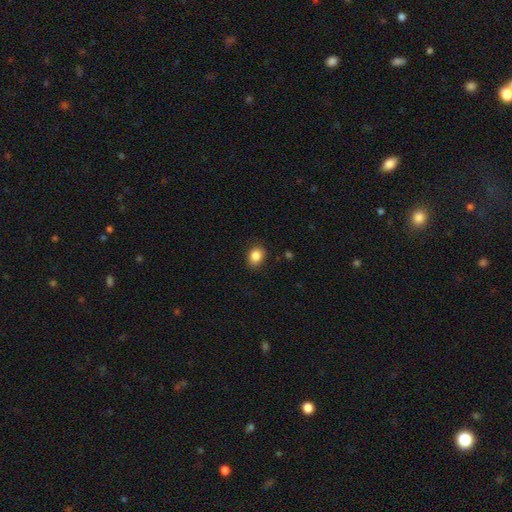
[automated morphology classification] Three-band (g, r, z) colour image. It shows a smooth galaxy with no disk features (86%) that is in between round and cigar-shaped (58%). Merging: none (86%).